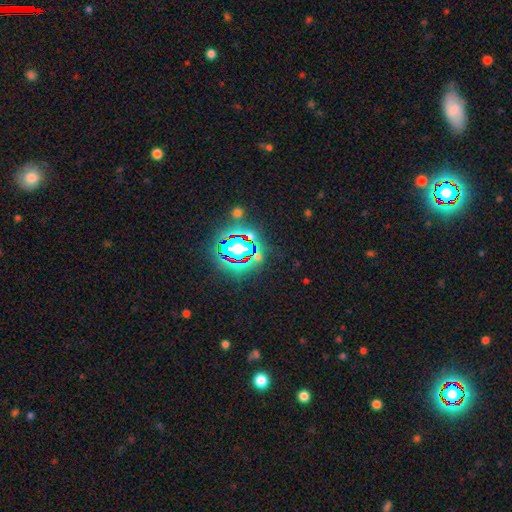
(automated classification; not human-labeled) A star or artifact, not a galaxy (77%).